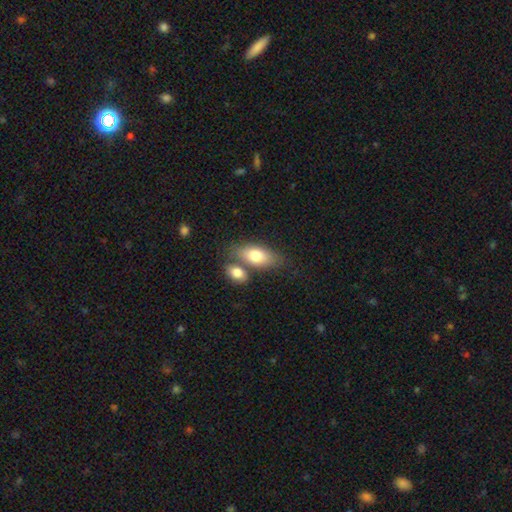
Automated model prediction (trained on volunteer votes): A smooth galaxy with no disk features (77%) that is in between round and cigar-shaped (88%).

Vote fractions:
- Smooth or featured? smooth: 77% / featured or disk: 16% / star or artifact: 7%
- How rounded? in between: 88% / round: 6% / cigar-shaped: 6%
- Merging? none: 49% / merger: 36% / minor disturbance: 11% / major disturbance: 4%